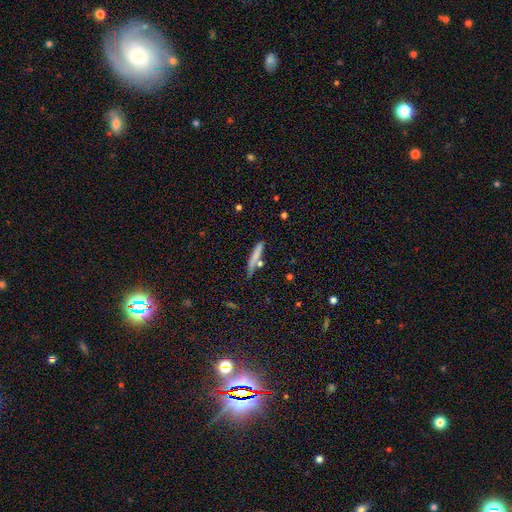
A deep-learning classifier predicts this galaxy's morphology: smooth-or-featured: smooth: 73% | featured or disk: 20% | star or artifact: 8%
  how-rounded: cigar-shaped: 91% | in between: 7% | round: 2%
  merging: none: 73% | minor disturbance: 15% | merger: 9% | major disturbance: 4%